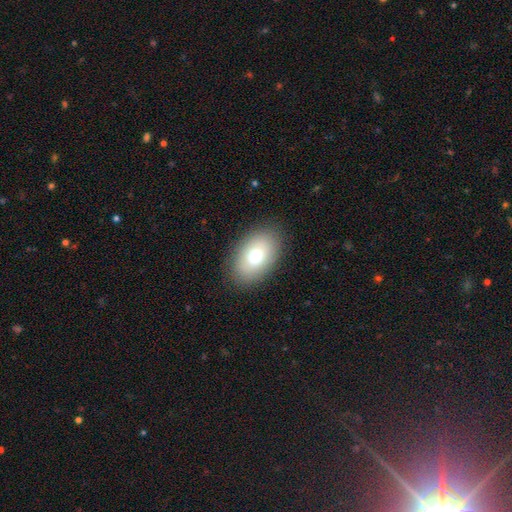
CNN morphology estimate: This is likely a smooth galaxy (72%). How rounded: clearly in between (88%). Merging: clearly none (86%).